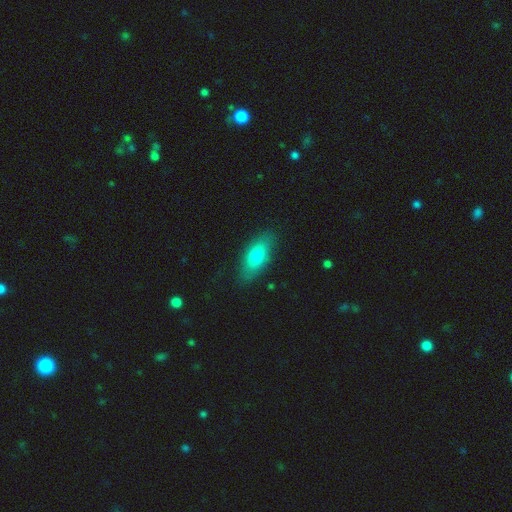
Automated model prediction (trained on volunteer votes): smooth_or_featured: smooth (p=0.75) [alt: featured or disk p=0.19]
how_rounded: in between (p=0.80) [alt: cigar-shaped p=0.16]
merging: none (p=0.82) [alt: minor disturbance p=0.13]